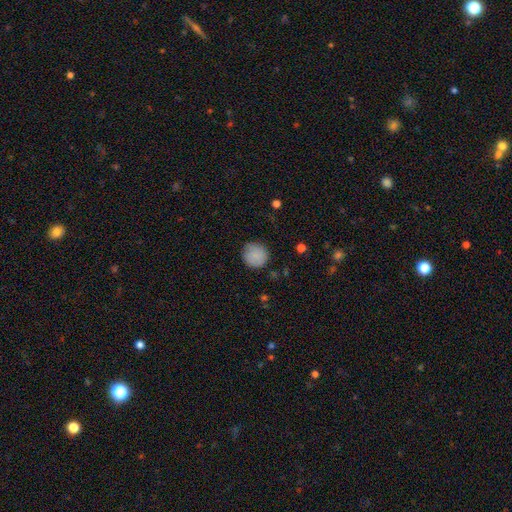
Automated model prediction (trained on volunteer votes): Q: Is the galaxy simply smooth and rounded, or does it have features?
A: smooth — 87%.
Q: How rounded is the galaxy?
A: round — 92%.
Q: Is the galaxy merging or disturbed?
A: none — 82%.